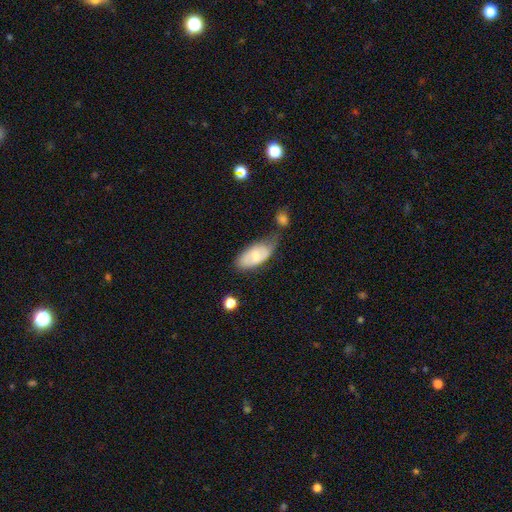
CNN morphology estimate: smooth 62%, featured or disk 32%, star or artifact 6%. Down the decision tree: how rounded — in between (88%); merging — none (46%).